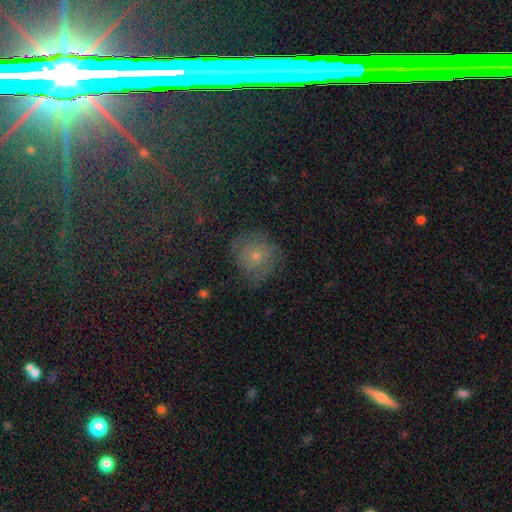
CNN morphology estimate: Smooth or featured? Predicted: featured or disk (p=0.43). Merging? Predicted: none (p=0.70).